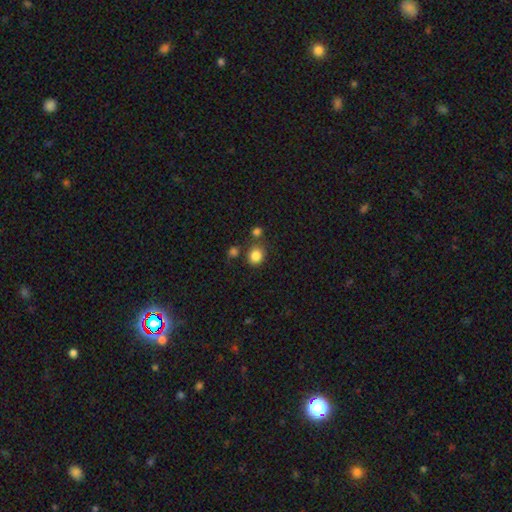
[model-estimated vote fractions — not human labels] Overall: smooth (84%). How rounded: round (77%). Merging: none (72%).